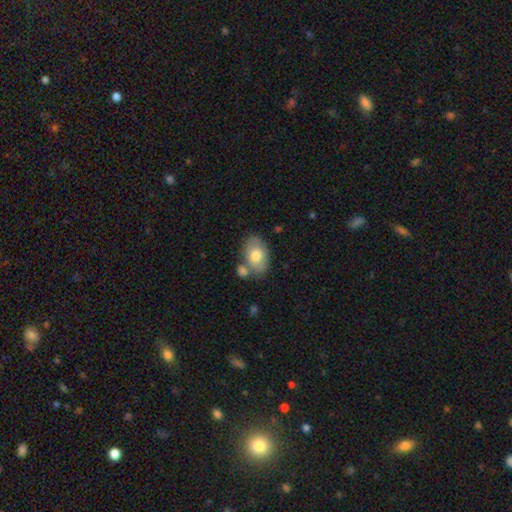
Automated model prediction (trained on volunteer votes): This is likely a smooth galaxy (72%). How rounded: clearly in between (87%). Merging: possibly none (59%).